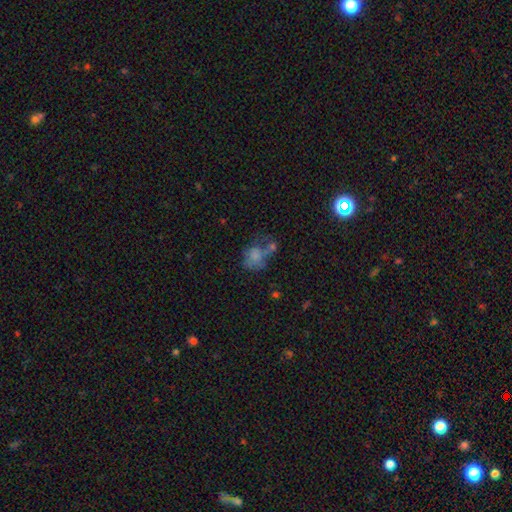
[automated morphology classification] Overall: smooth (64%). How rounded: in between (54%; round 45%). Merging: merger (32%; major disturbance 25%).